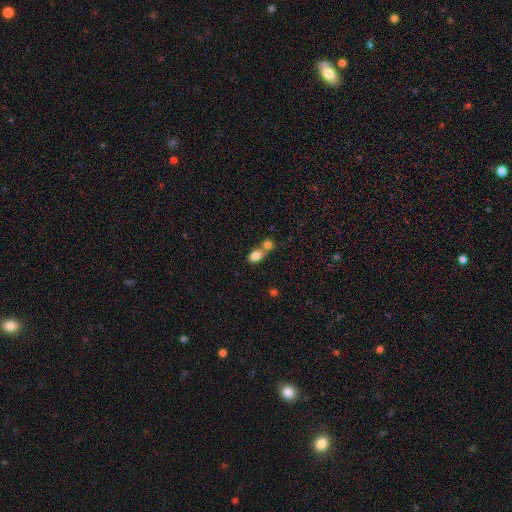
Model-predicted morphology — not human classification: Smooth or featured? smooth (82%)
How rounded? in between (72%)
Merging? merger (51%)